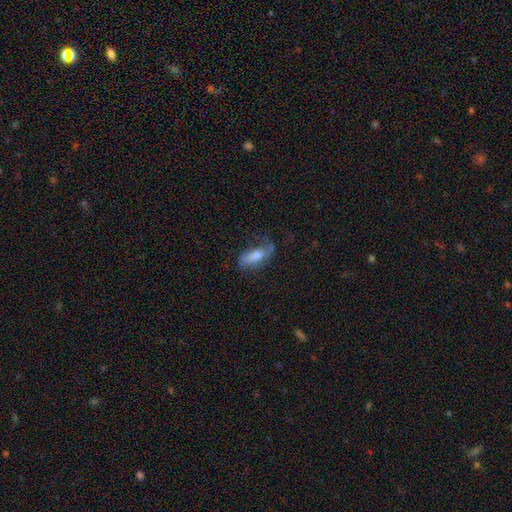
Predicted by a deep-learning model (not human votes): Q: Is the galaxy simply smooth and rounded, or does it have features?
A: smooth — 53%.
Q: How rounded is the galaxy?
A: in between — 67%.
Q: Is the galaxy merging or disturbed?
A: none — 49%.